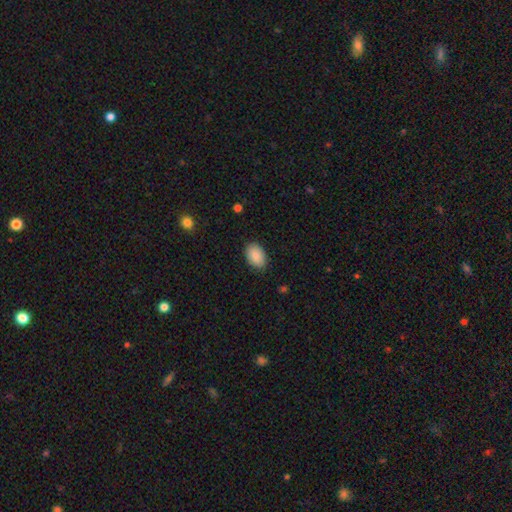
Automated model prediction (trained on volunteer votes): Smooth or featured?
  - smooth: 89% *
  - star or artifact: 7%
  - featured or disk: 4%
How rounded?
  - in between: 89% *
  - round: 10%
  - cigar-shaped: 1%
Merging?
  - none: 85% *
  - minor disturbance: 11%
  - major disturbance: 2%
  - merger: 1%